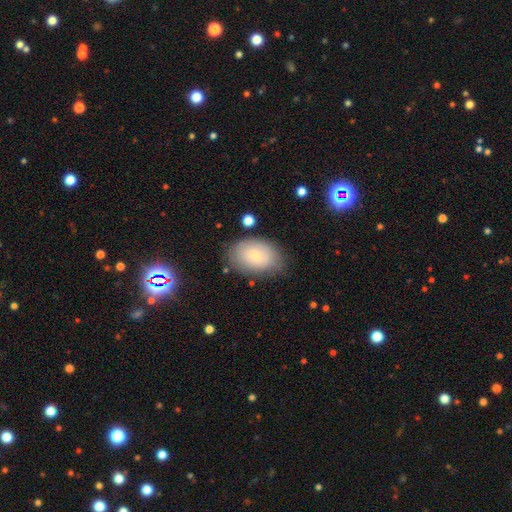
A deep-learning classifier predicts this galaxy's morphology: This is likely a smooth galaxy (67%). How rounded: clearly in between (88%). Merging: likely none (74%).